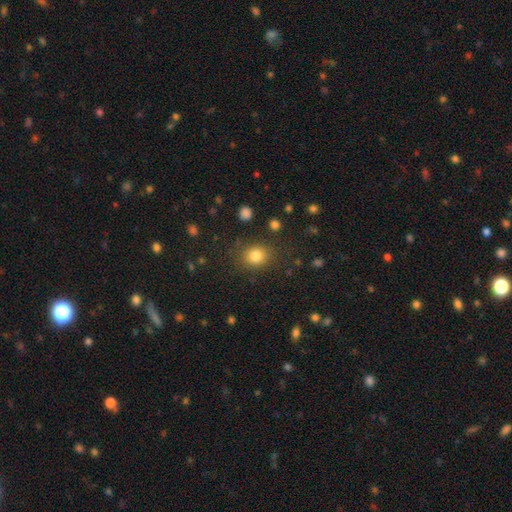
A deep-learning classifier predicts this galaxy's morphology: Smooth or featured: smooth — 82% (star or artifact — 12%)
How rounded: round — 72% (in between — 27%)
Merging: none — 83% (minor disturbance — 10%)